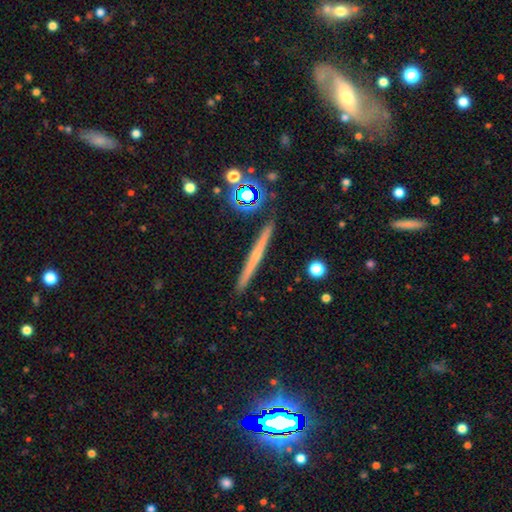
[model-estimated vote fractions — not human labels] This appears to be a featured or disk galaxy (55%) viewed edge-on (97%) with no central bulge (65%). Merging: none (91%).